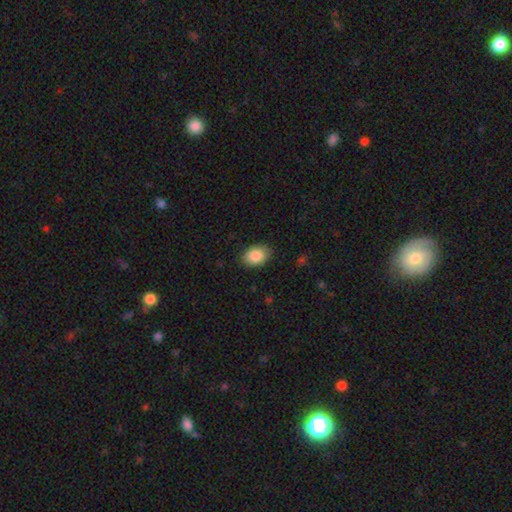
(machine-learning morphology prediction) Q: Smooth or featured?
A: smooth (88%); runner-up: star or artifact (7%)
Q: How rounded?
A: in between (82%); runner-up: round (17%)
Q: Merging?
A: none (87%); runner-up: minor disturbance (10%)